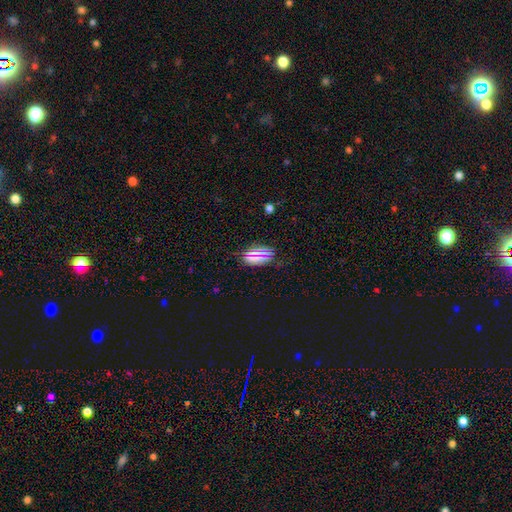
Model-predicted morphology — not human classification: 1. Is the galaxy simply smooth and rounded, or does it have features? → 62% smooth, 28% star or artifact, 10% featured or disk.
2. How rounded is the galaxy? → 81% in between, 11% round, 8% cigar-shaped.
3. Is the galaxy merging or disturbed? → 75% none, 16% minor disturbance, 6% major disturbance, 3% merger.